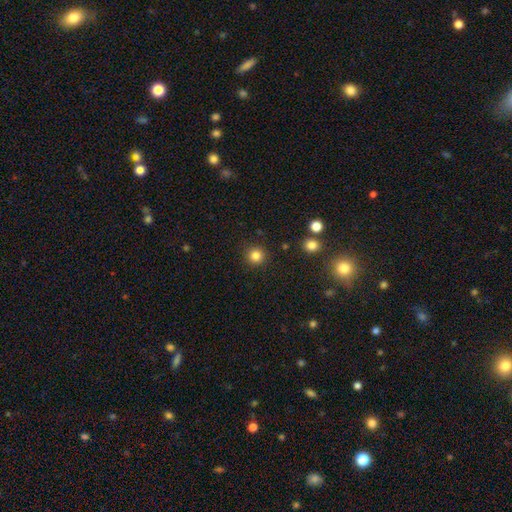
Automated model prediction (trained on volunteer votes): smooth_or_featured: smooth (p=0.83) [alt: star or artifact p=0.12]
how_rounded: round (p=0.94) [alt: in between p=0.05]
merging: none (p=0.90) [alt: minor disturbance p=0.06]